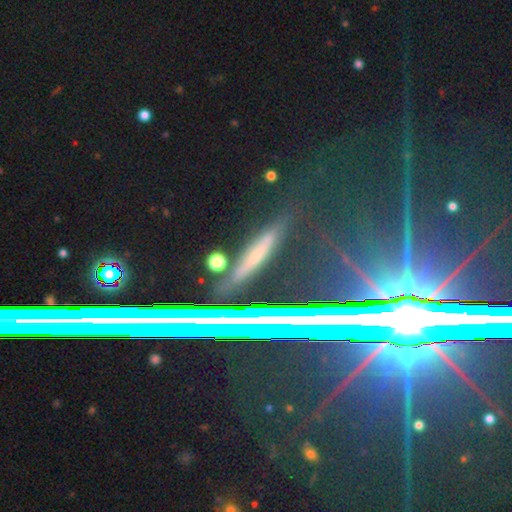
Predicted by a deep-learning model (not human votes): smooth-or-featured: star or artifact: 37% | featured or disk: 32% | smooth: 31%